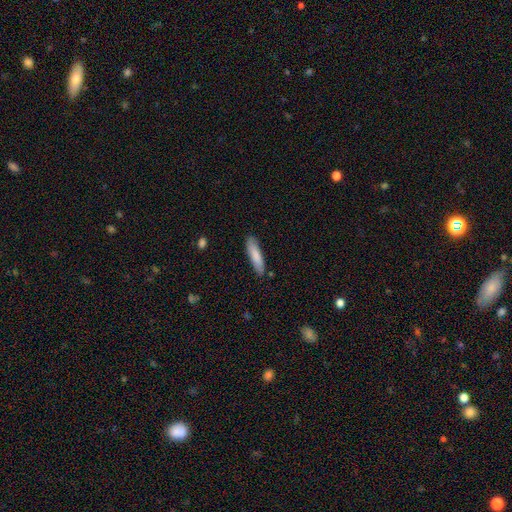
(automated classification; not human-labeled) Smooth or featured: smooth — 83% (featured or disk — 11%)
How rounded: cigar-shaped — 77% (in between — 22%)
Merging: none — 84% (minor disturbance — 12%)